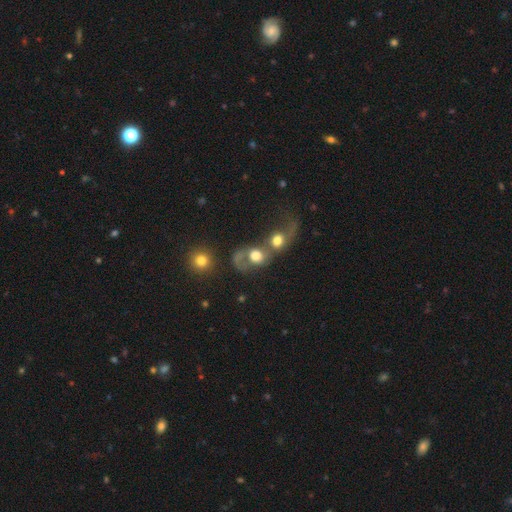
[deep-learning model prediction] This is likely a smooth galaxy (61%). How rounded: likely round (66%). Merging: likely merger (69%).